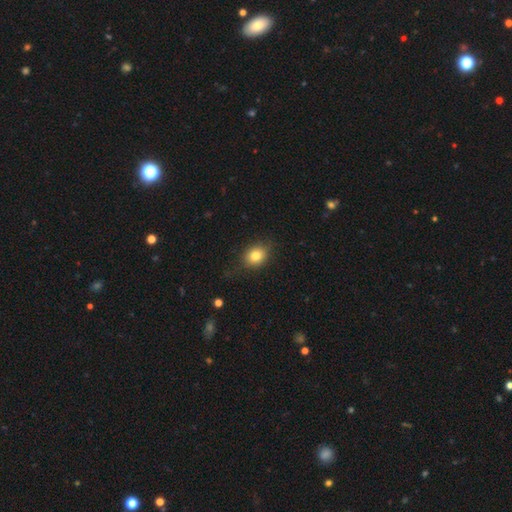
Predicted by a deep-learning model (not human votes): smooth-or-featured: smooth: 80% | star or artifact: 10% | featured or disk: 9%
  how-rounded: in between: 50% | round: 49% | cigar-shaped: 1%
  merging: none: 77% | minor disturbance: 17% | major disturbance: 5% | merger: 1%